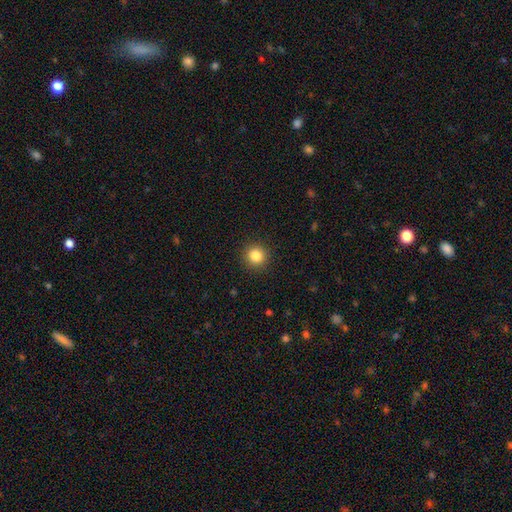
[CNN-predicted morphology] Smooth or featured?
  - smooth: 84% *
  - star or artifact: 11%
  - featured or disk: 5%
How rounded?
  - round: 93% *
  - in between: 6%
  - cigar-shaped: 1%
Merging?
  - none: 92% *
  - minor disturbance: 5%
  - major disturbance: 2%
  - merger: 1%